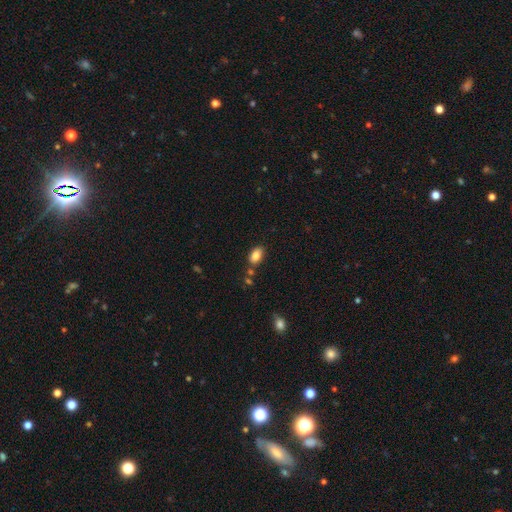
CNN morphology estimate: This appears to be a smooth galaxy with no disk features (85%) that is in between round and cigar-shaped (90%). Merging: none (76%).